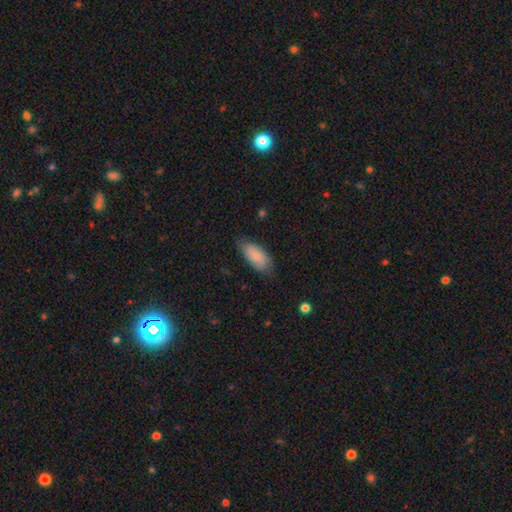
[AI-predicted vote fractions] This is clearly a smooth galaxy (83%). How rounded: clearly in between (90%). Merging: likely none (70%).